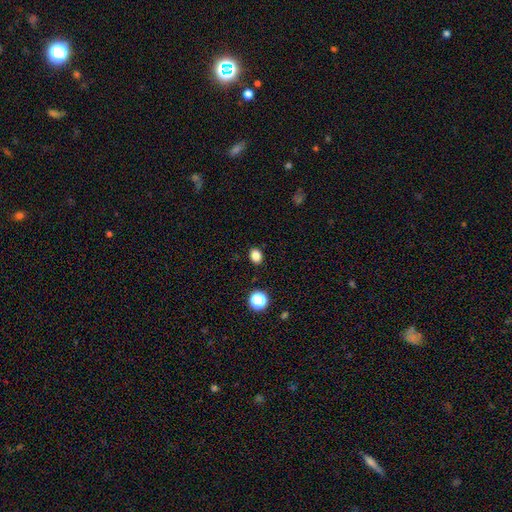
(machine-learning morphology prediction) The model was most divided on "how rounded": in between: 56%, round: 43%, cigar-shaped: 1%. More confident: merging — none (89%); smooth or featured — smooth (84%).